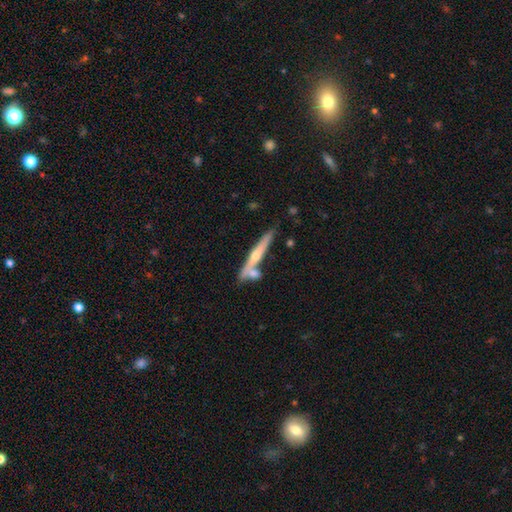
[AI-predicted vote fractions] smooth_or_featured: featured or disk (p=0.66) [alt: smooth p=0.27]
disk_edge_on: yes (p=0.95) [alt: no p=0.05]
edge_on_bulge: rounded (p=0.82) [alt: none p=0.15]
merging: none (p=0.69) [alt: merger p=0.17]